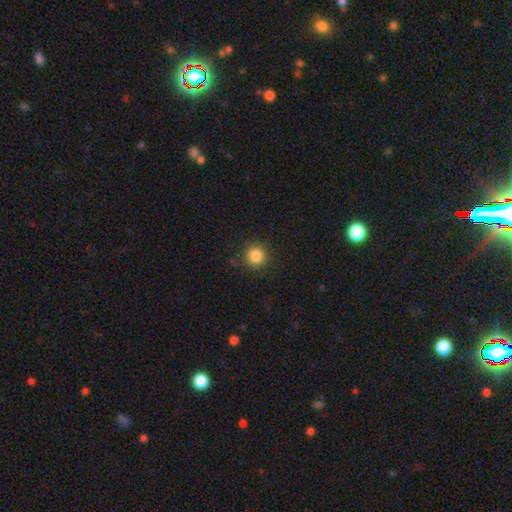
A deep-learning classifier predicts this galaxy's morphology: smooth-or-featured: smooth: 84% | star or artifact: 11% | featured or disk: 4%
  how-rounded: round: 94% | in between: 5% | cigar-shaped: 1%
  merging: none: 89% | minor disturbance: 7% | major disturbance: 2% | merger: 1%